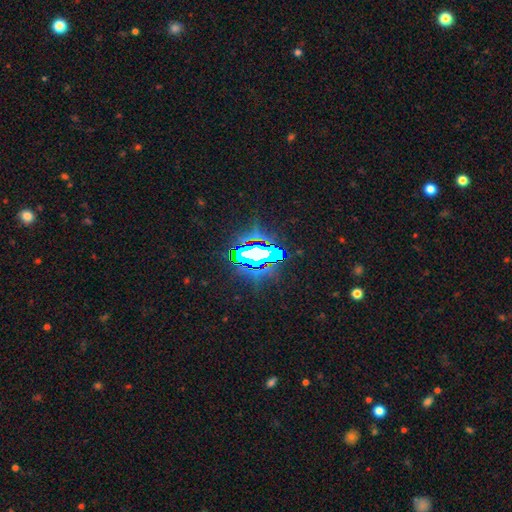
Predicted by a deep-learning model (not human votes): Overall: star or artifact (80%).